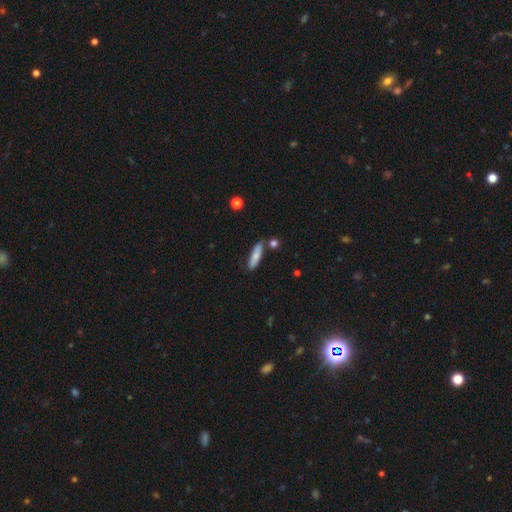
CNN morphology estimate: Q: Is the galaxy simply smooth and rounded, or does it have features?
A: smooth — 73%.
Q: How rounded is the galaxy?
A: cigar-shaped — 68%.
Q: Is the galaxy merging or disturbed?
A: none — 77%.